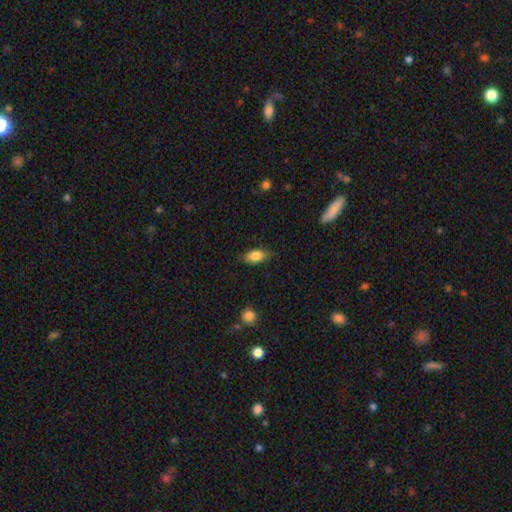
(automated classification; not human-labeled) Smooth or featured: smooth — 82% (featured or disk — 11%)
How rounded: in between — 86% (cigar-shaped — 9%)
Merging: none — 78% (minor disturbance — 17%)